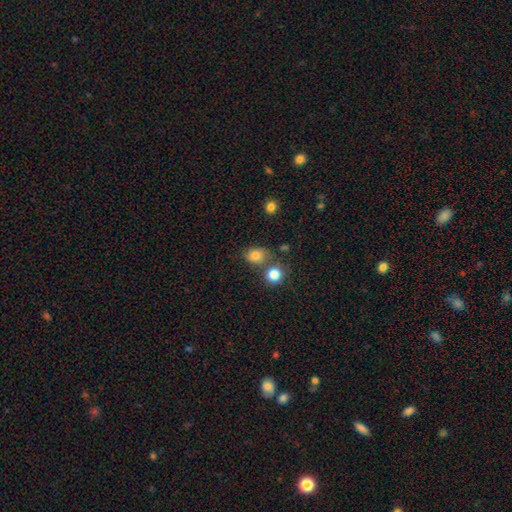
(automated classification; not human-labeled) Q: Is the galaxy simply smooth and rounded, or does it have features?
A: smooth — 80%.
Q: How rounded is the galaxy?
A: round — 55%.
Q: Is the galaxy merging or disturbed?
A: none — 64%.